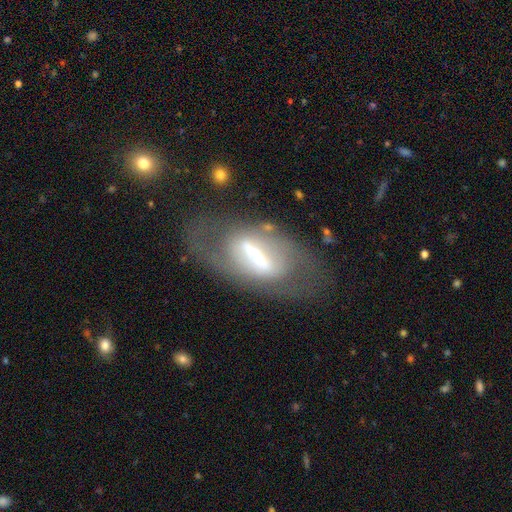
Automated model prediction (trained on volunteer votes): Overall: featured or disk (75%). Edge-on disk: no (78%). Bar: strong (67%). Spiral arms: yes (50%, tied with no). Bulge size: moderate (49%; small 35%). Merging: none (71%).